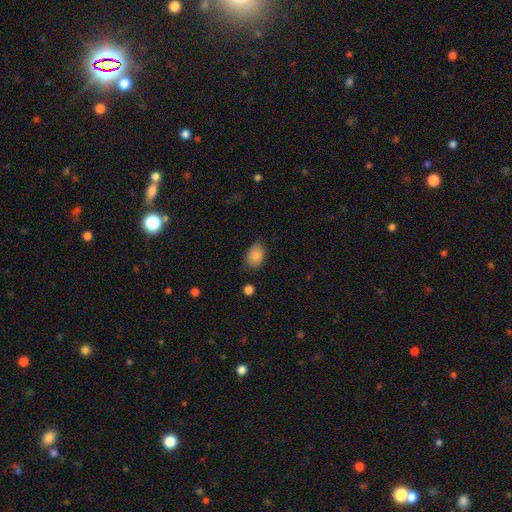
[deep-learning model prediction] Morphology: type=smooth (87%); roundness=in between (68%); merging=none (76%).